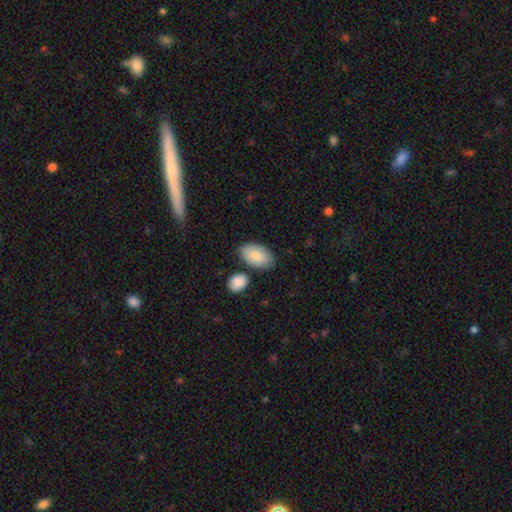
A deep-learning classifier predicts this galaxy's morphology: Smooth or featured? Predicted: smooth (p=0.86). How rounded? Predicted: in between (p=0.95). Merging? Predicted: none (p=0.74).